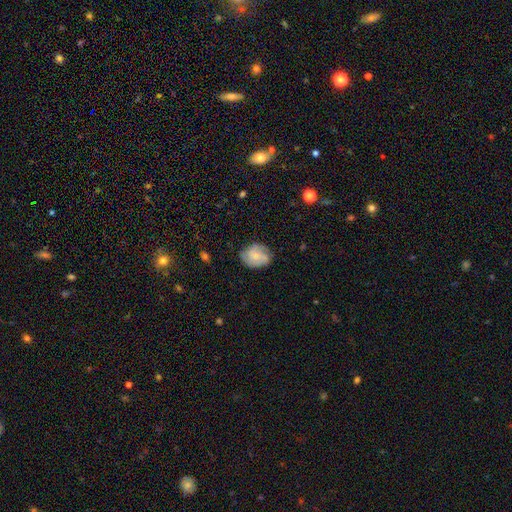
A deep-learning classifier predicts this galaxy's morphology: Smooth or featured: featured or disk — 50% (smooth — 42%)
Merging: none — 70% (minor disturbance — 22%)